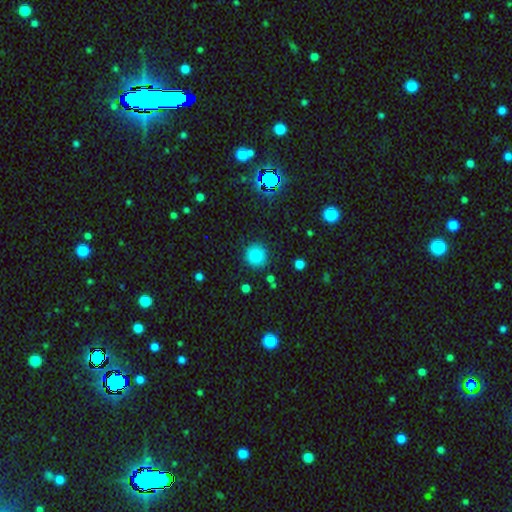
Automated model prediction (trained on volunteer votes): Smooth or featured? Predicted: smooth (p=0.81). How rounded? Predicted: round (p=0.92). Merging? Predicted: none (p=0.88).